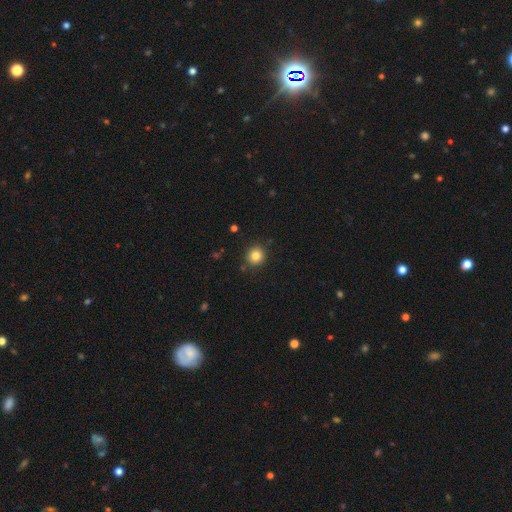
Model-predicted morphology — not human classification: This is clearly a smooth galaxy (83%). How rounded: clearly round (89%). Merging: clearly none (88%).